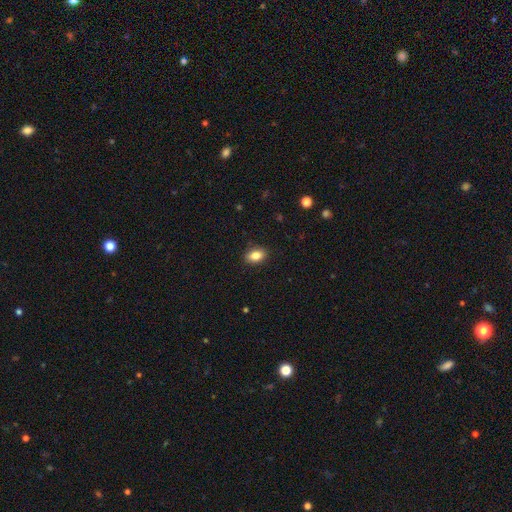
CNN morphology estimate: smooth_or_featured: smooth (p=0.85) [alt: star or artifact p=0.08]
how_rounded: in between (p=0.85) [alt: round p=0.13]
merging: none (p=0.89) [alt: minor disturbance p=0.08]